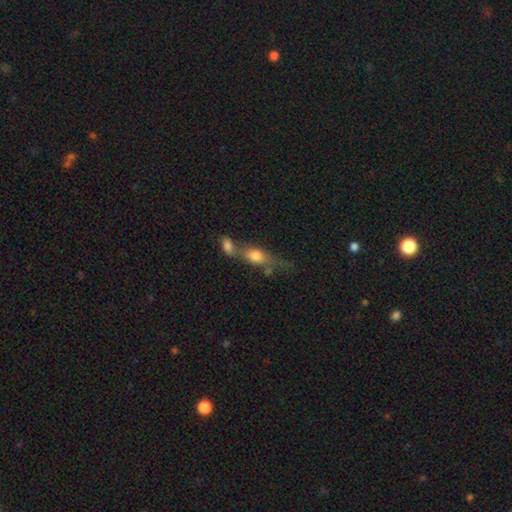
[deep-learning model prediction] Smooth or featured: smooth — 65% (featured or disk — 25%)
How rounded: in between — 68% (cigar-shaped — 18%)
Merging: merger — 54% (none — 26%)